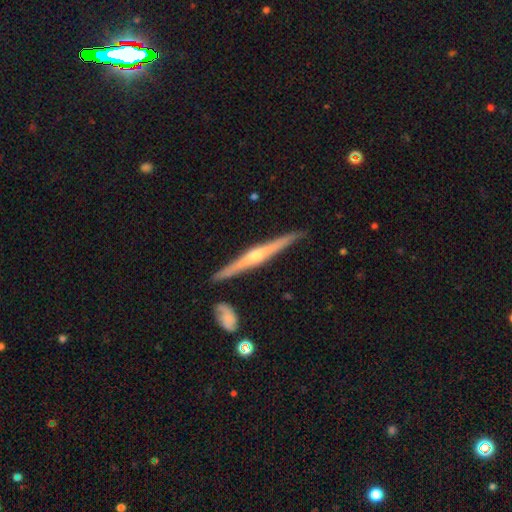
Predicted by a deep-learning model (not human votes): Smooth or featured? Predicted: featured or disk (p=0.81). Edge-on disk? Predicted: yes (p=0.98). Edge-on bulge? Predicted: rounded (p=0.86). Merging? Predicted: none (p=0.88).